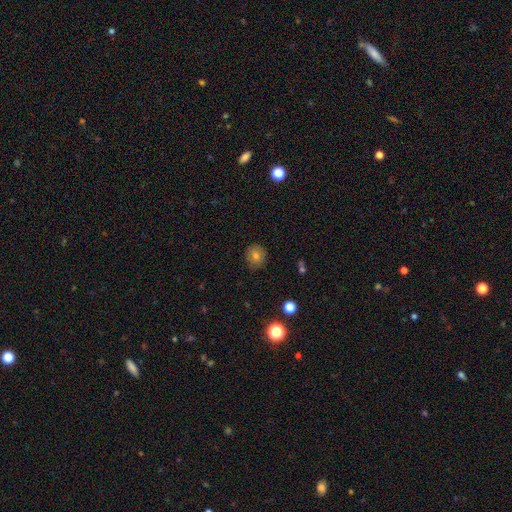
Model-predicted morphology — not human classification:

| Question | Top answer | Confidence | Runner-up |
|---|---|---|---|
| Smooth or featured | smooth | 71% | star or artifact (15%) |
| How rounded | round | 87% | in between (12%) |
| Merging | none | 86% | minor disturbance (10%) |